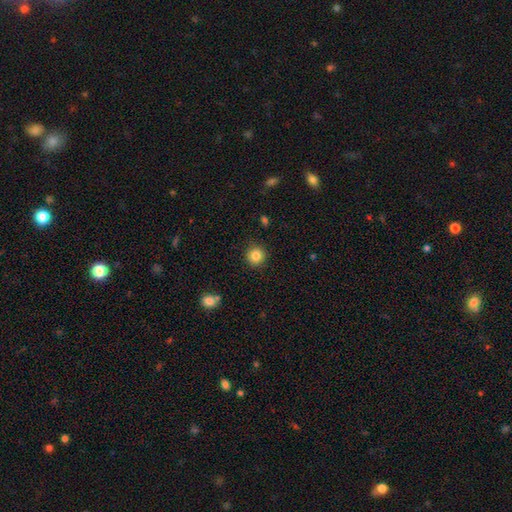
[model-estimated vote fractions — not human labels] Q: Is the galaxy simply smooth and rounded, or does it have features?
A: smooth — 85%.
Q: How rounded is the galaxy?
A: round — 93%.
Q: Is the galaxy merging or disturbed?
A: none — 91%.